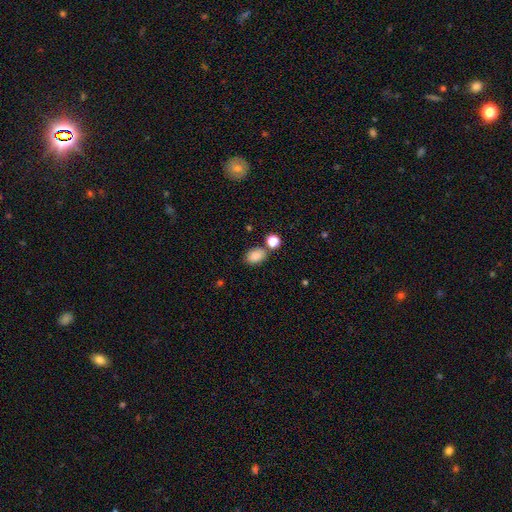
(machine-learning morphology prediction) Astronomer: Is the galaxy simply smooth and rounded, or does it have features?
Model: smooth — 85%.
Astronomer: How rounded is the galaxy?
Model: in between — 81%.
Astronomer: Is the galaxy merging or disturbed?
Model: none — 72%.